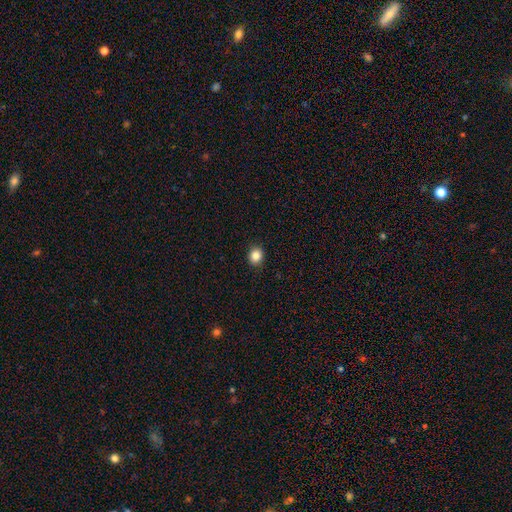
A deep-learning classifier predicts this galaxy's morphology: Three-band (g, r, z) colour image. It shows a smooth galaxy with no disk features (85%) that is round (67%). Merging: none (91%).